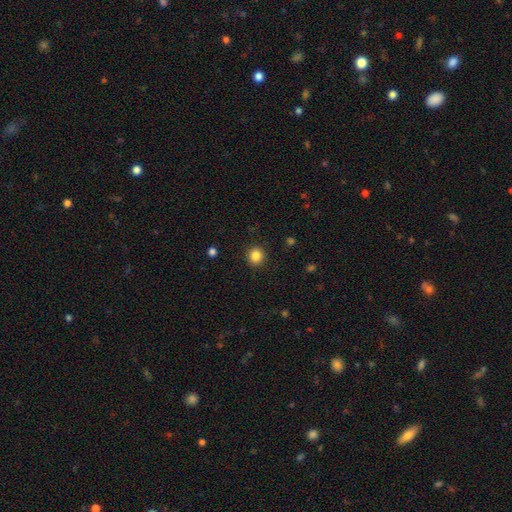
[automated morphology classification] Smooth or featured? smooth (85%)
How rounded? round (88%)
Merging? none (91%)